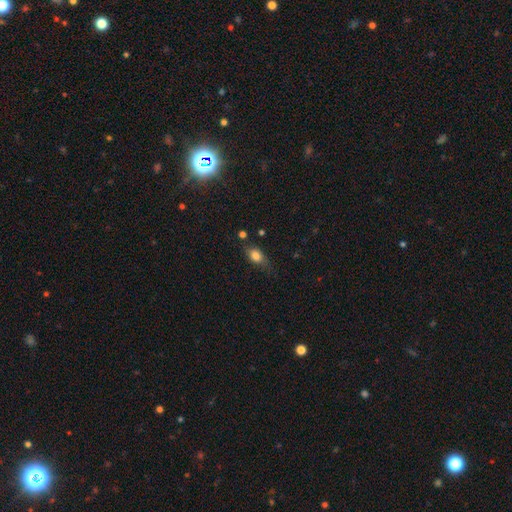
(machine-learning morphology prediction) This is likely a smooth galaxy (77%). How rounded: likely in between (76%). Merging: possibly none (60%).